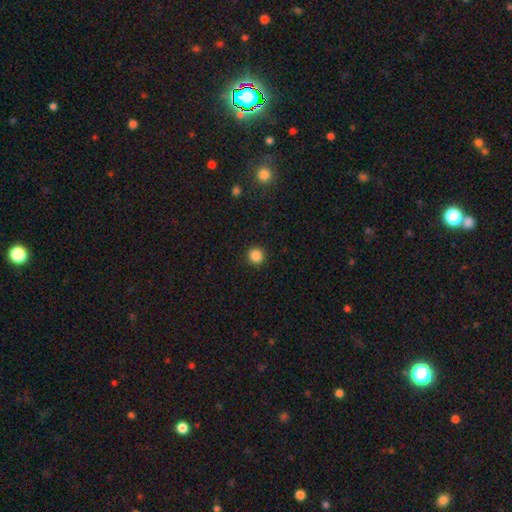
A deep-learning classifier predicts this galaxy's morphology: Smooth or featured?
  - smooth: 86% *
  - star or artifact: 11%
  - featured or disk: 3%
How rounded?
  - round: 94% *
  - in between: 5%
  - cigar-shaped: 1%
Merging?
  - none: 93% *
  - minor disturbance: 5%
  - major disturbance: 2%
  - merger: 1%